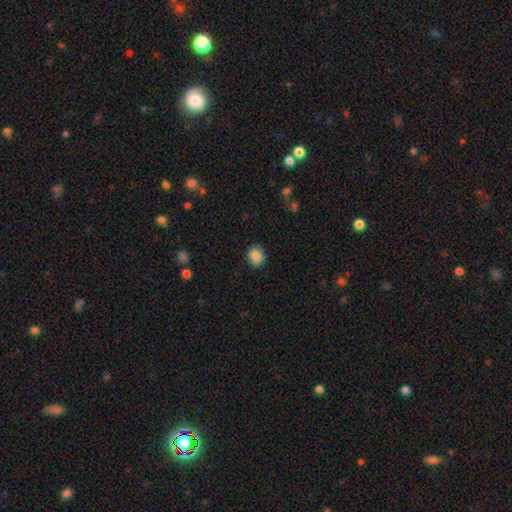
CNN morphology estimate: Smooth or featured: smooth — 86% (star or artifact — 8%)
How rounded: round — 58% (in between — 41%)
Merging: none — 86% (minor disturbance — 10%)